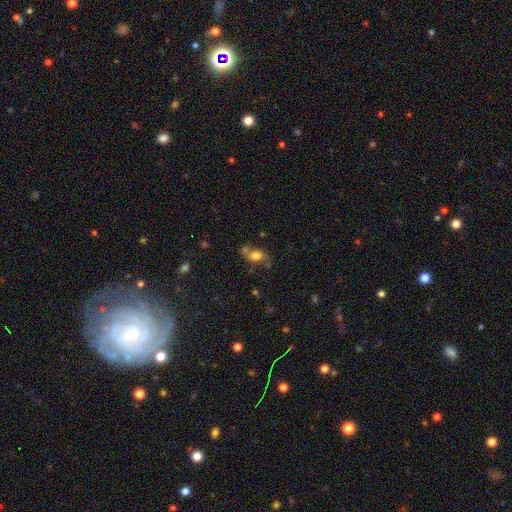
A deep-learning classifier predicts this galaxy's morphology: This is likely a smooth galaxy (72%). How rounded: likely in between (70%). Merging: possibly none (51%).